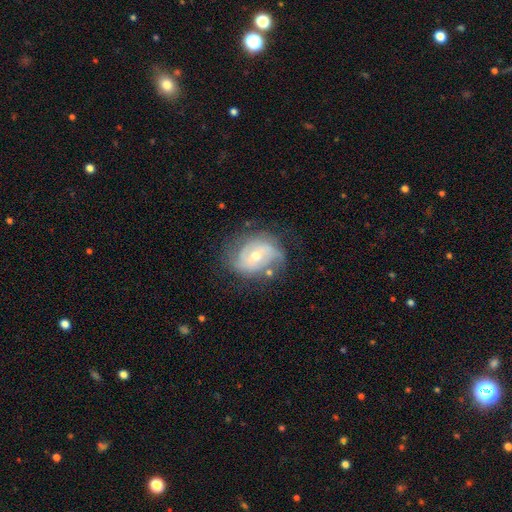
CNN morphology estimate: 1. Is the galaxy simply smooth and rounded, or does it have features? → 72% featured or disk, 20% smooth, 8% star or artifact.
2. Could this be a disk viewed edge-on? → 96% no, 4% yes.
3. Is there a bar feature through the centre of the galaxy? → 52% no, 36% weak, 11% strong.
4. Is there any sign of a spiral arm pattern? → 82% yes, 18% no.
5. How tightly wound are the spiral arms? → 39% tight, 38% medium, 23% loose.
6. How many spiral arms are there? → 48% 2, 30% can't tell, 10% 3, 7% 1, 3% 4, 2% more than 4.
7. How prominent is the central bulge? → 49% moderate, 47% small, 2% large, 1% none, 1% dominant.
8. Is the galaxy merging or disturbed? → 61% none, 23% minor disturbance, 12% major disturbance, 4% merger.